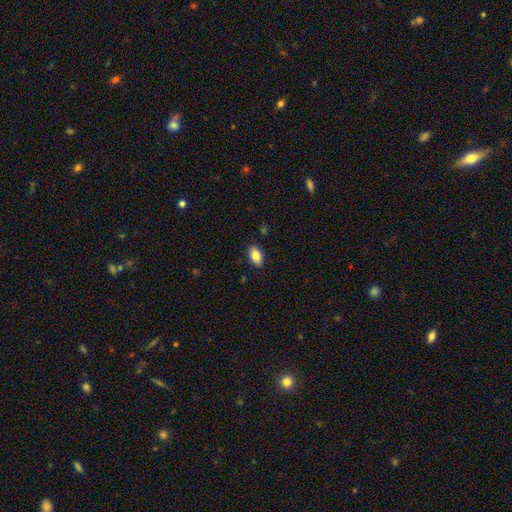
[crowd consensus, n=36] Smooth or featured? 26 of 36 (72%) said smooth. How rounded? 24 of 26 (92%) said in between. Merging? 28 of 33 (85%) said none.